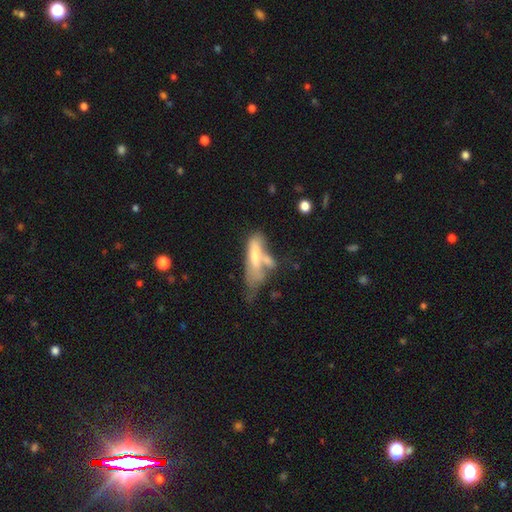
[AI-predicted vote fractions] Smooth or featured?
  - smooth: 61% *
  - featured or disk: 32%
  - star or artifact: 7%
How rounded?
  - cigar-shaped: 58% *
  - in between: 40%
  - round: 2%
Merging?
  - merger: 39% *
  - none: 22%
  - major disturbance: 22%
  - minor disturbance: 18%